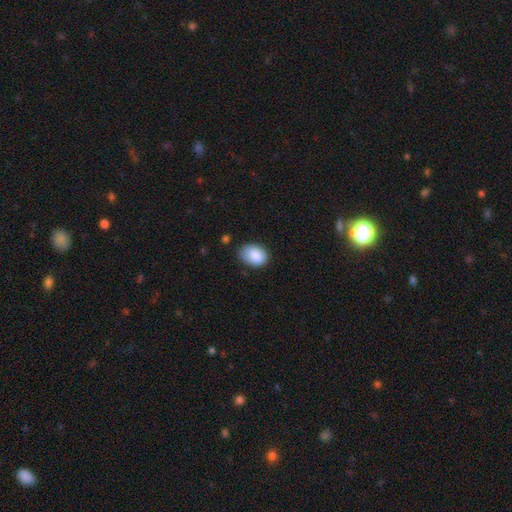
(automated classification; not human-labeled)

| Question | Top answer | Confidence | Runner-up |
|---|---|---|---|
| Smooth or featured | smooth | 87% | star or artifact (7%) |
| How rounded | in between | 79% | round (20%) |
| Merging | none | 66% | minor disturbance (27%) |